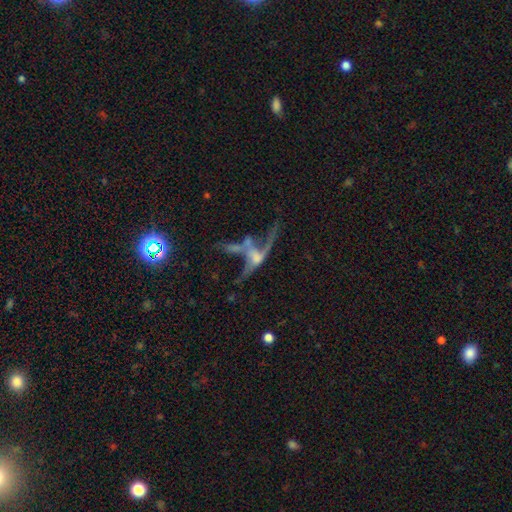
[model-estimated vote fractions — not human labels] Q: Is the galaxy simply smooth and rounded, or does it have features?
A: featured or disk — 65%.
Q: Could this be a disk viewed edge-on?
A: no — 68%.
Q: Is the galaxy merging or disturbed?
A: merger — 39%.